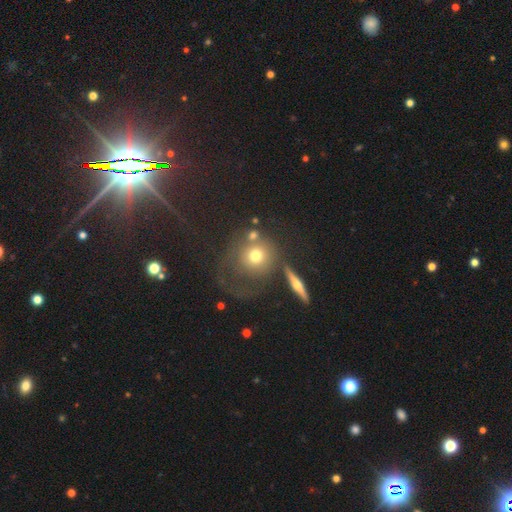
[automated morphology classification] smooth 61%, featured or disk 26%, star or artifact 13%. Down the decision tree: how rounded — round (86%); merging — none (49%).